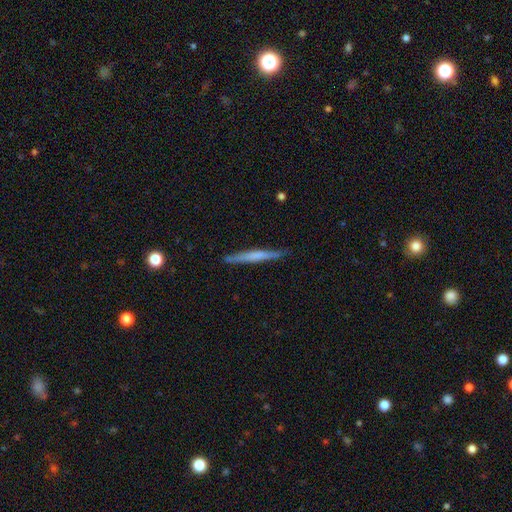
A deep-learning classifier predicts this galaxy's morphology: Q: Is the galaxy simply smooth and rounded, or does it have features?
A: smooth — 50%.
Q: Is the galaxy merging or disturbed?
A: none — 87%.